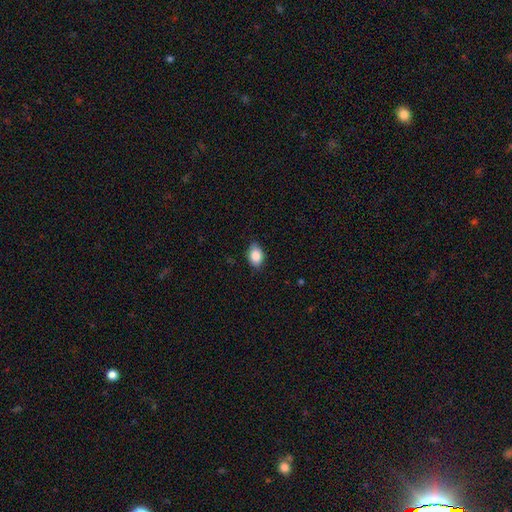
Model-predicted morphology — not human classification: Smooth or featured?
  - smooth: 86% *
  - star or artifact: 7%
  - featured or disk: 6%
How rounded?
  - in between: 84% *
  - round: 15%
  - cigar-shaped: 1%
Merging?
  - none: 84% *
  - minor disturbance: 13%
  - major disturbance: 2%
  - merger: 1%